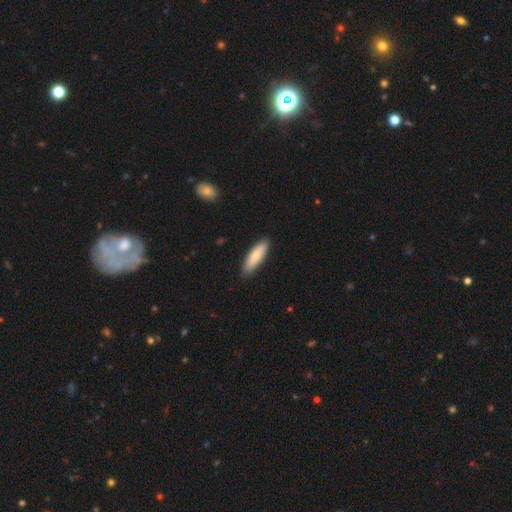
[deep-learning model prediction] smooth 80%, featured or disk 15%, star or artifact 5%. Down the decision tree: how rounded — cigar-shaped (54%); merging — none (87%).